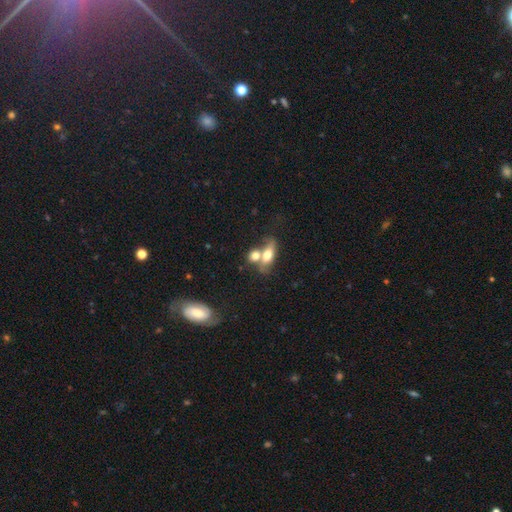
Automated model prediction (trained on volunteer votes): smooth-or-featured: smooth: 70% | featured or disk: 21% | star or artifact: 9%
  how-rounded: in between: 65% | round: 25% | cigar-shaped: 10%
  merging: merger: 57% | none: 28% | minor disturbance: 9% | major disturbance: 6%